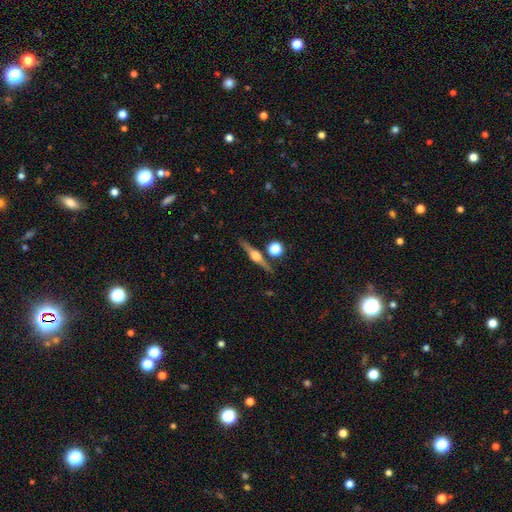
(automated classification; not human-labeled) A featured or disk galaxy (81%) viewed edge-on (98%) with a rounded central bulge (93%). Merging: none (86%).